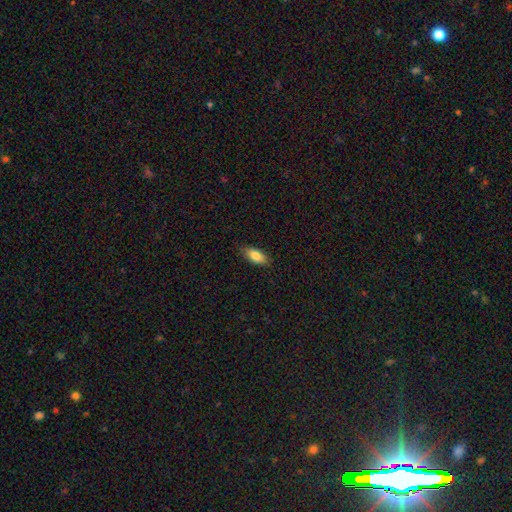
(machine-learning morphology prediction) This is clearly a smooth galaxy (82%). How rounded: clearly in between (83%). Merging: clearly none (85%).